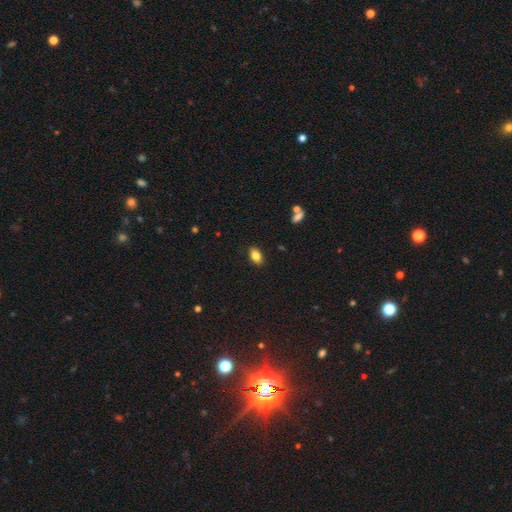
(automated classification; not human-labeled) Smooth or featured?
  - smooth: 82% *
  - star or artifact: 9%
  - featured or disk: 9%
How rounded?
  - in between: 88% *
  - round: 8%
  - cigar-shaped: 3%
Merging?
  - none: 88% *
  - minor disturbance: 9%
  - major disturbance: 2%
  - merger: 1%